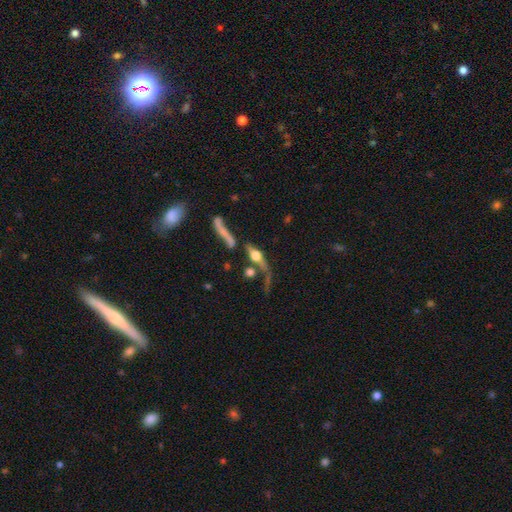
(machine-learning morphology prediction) Smooth or featured? featured or disk (54%)
Edge-on disk? yes (59%)
Merging? none (32%)